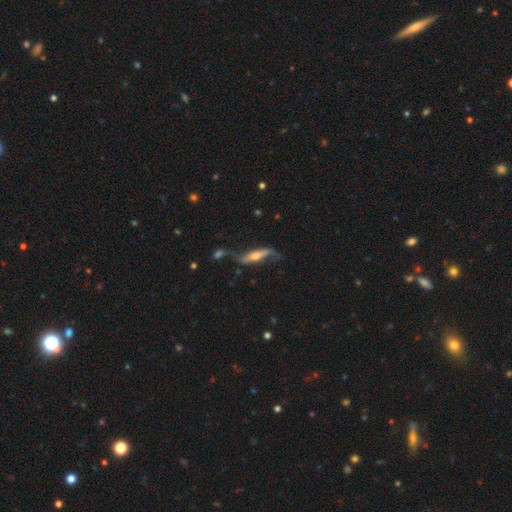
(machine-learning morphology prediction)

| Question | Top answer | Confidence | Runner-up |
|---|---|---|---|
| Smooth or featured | featured or disk | 68% | smooth (26%) |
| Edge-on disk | yes | 58% | no (42%) |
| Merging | none | 46% | minor disturbance (25%) |